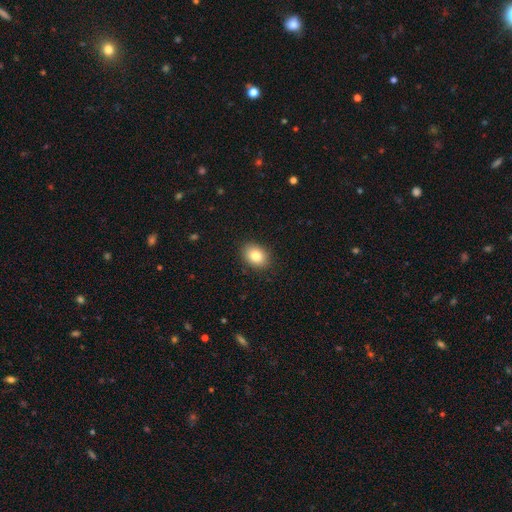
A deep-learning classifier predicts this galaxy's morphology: This appears to be a smooth galaxy with no disk features (83%) that is in between round and cigar-shaped (66%). Merging: none (89%).